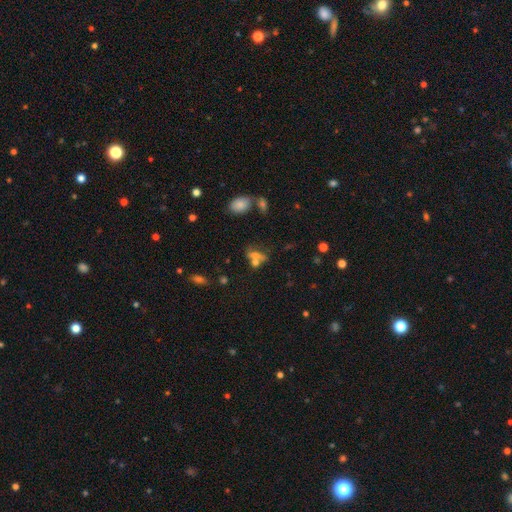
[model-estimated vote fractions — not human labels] This appears to be a smooth galaxy with no disk features (56%) that is in between round and cigar-shaped (59%). Merging: merger (46%).